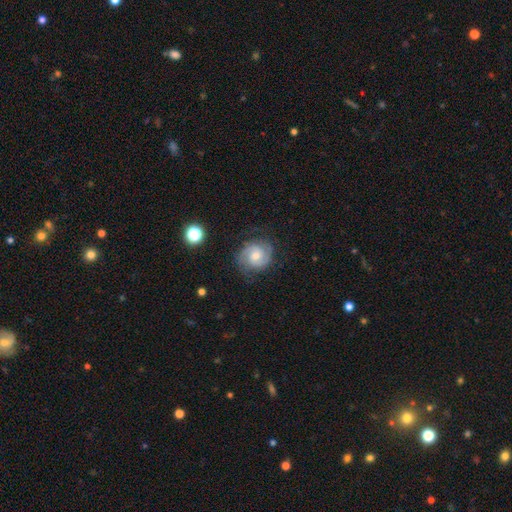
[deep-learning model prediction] featured or disk 78%, smooth 15%, star or artifact 7%. Down the decision tree: edge-on disk — no (98%); bar — no (57%); spiral arms — yes (96%); spiral arm count — 2 (87%); spiral winding — tight (47%); bulge size — moderate (52%); merging — none (77%).